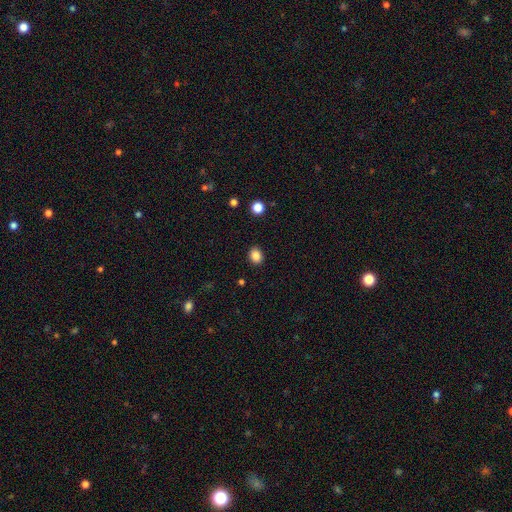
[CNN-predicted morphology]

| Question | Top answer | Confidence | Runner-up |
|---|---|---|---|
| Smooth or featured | smooth | 85% | star or artifact (11%) |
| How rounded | round | 54% | in between (46%) |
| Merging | none | 90% | minor disturbance (7%) |